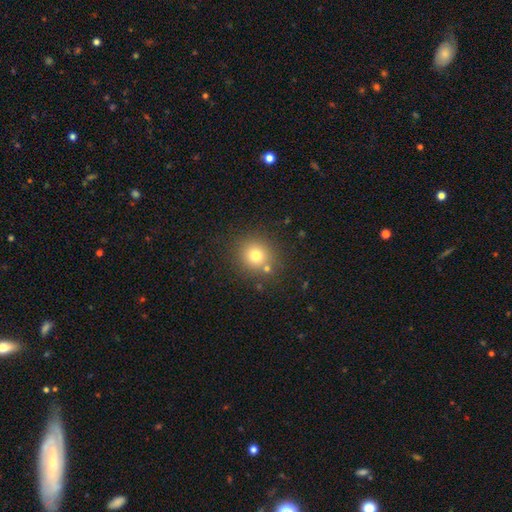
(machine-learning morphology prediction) Smooth or featured? Predicted: smooth (p=0.75). How rounded? Predicted: round (p=0.89). Merging? Predicted: none (p=0.81).